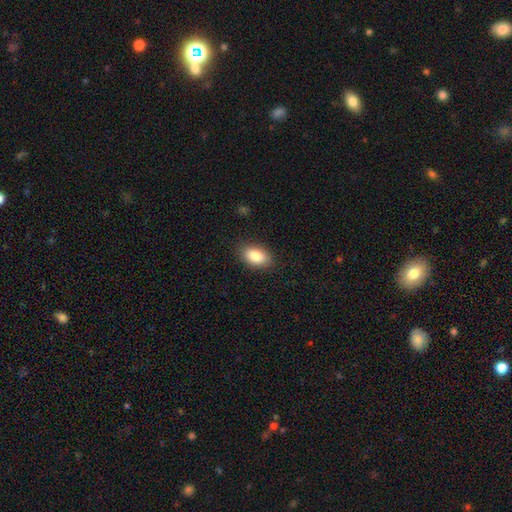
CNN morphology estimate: smooth_or_featured: smooth (p=0.84) [alt: featured or disk p=0.09]
how_rounded: in between (p=0.91) [alt: round p=0.08]
merging: none (p=0.86) [alt: minor disturbance p=0.10]